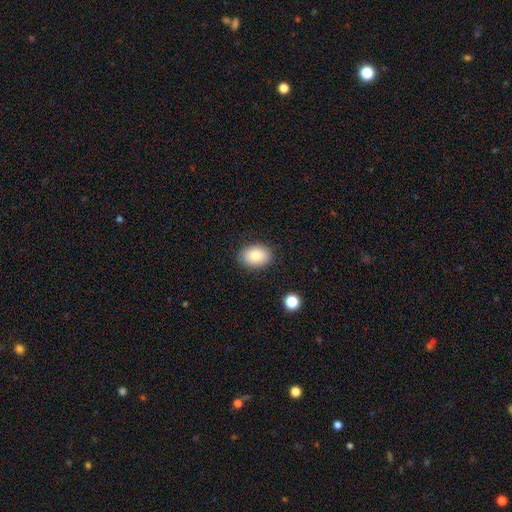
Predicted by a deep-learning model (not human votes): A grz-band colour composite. It shows a smooth galaxy with no disk features (82%) that is in between round and cigar-shaped (78%). Merging: none (86%).